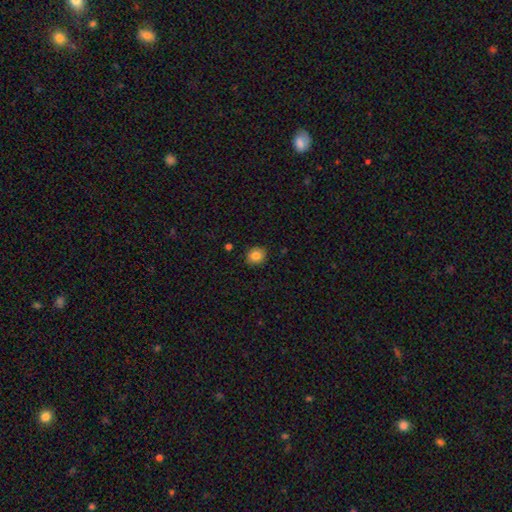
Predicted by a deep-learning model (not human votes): smooth-or-featured: smooth: 83% | star or artifact: 10% | featured or disk: 7%
  how-rounded: round: 76% | in between: 23% | cigar-shaped: 1%
  merging: none: 90% | minor disturbance: 7% | major disturbance: 2% | merger: 1%